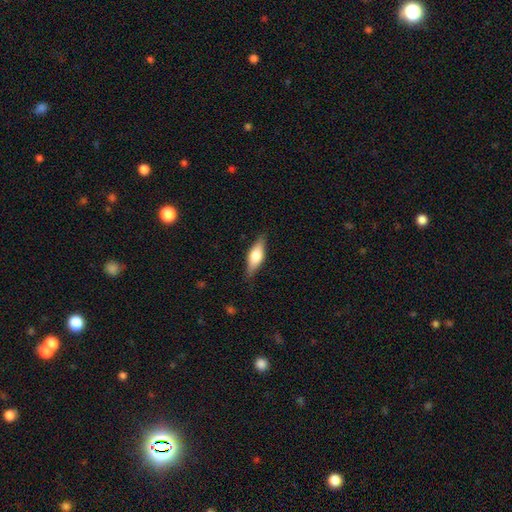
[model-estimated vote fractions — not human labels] smooth 52%, featured or disk 41%, star or artifact 6%. Down the decision tree: how rounded — in between (62%); merging — none (83%).